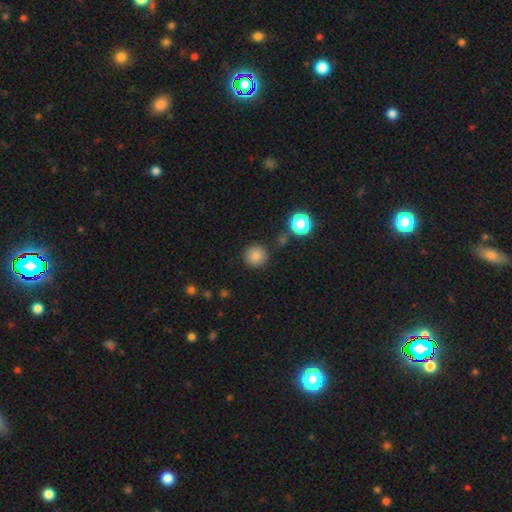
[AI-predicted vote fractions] Smooth or featured? smooth (83%)
How rounded? round (94%)
Merging? none (86%)